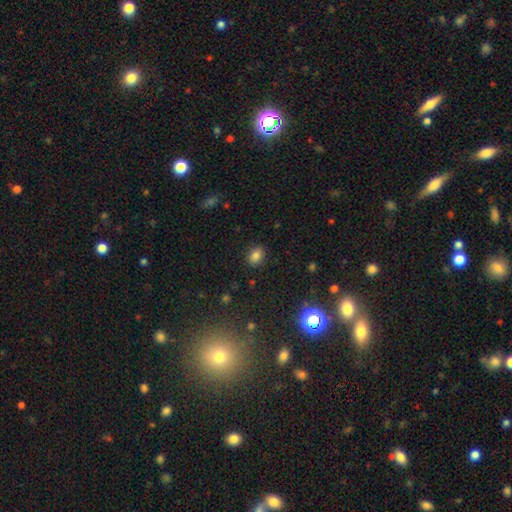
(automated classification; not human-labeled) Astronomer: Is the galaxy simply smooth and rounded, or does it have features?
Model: smooth — 82%.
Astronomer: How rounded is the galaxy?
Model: in between — 60% (runner-up: round, 39%).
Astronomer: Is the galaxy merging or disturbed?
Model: none — 88%.